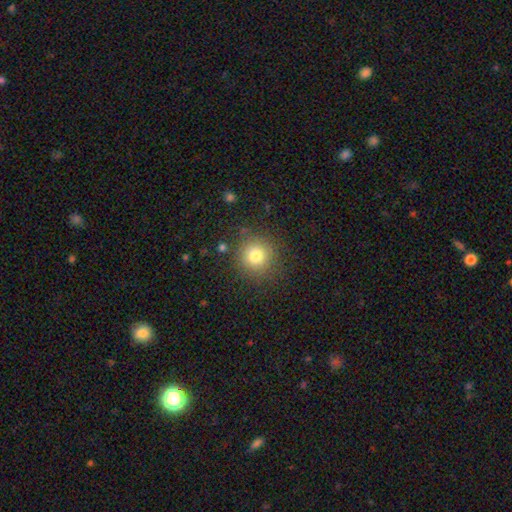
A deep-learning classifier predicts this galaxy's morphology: smooth_or_featured: smooth (p=0.79) [alt: star or artifact p=0.13]
how_rounded: round (p=0.92) [alt: in between p=0.07]
merging: none (p=0.85) [alt: minor disturbance p=0.09]